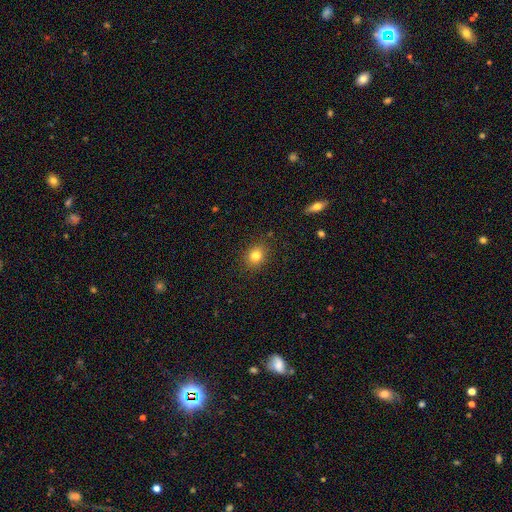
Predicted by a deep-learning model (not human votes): A smooth galaxy with no disk features (81%) that is round (68%). Merging: none (88%).